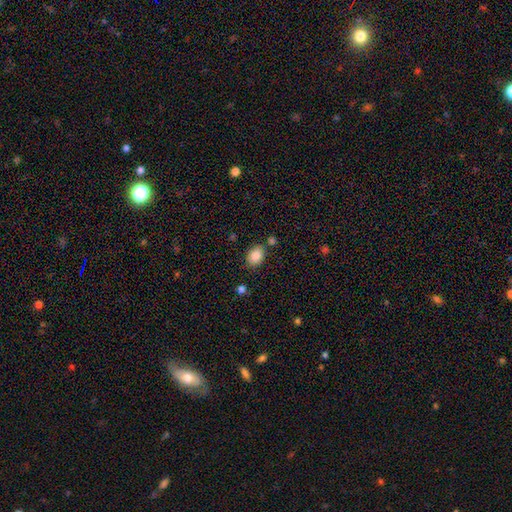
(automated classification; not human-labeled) This is clearly a smooth galaxy (88%). How rounded: likely in between (73%). Merging: likely none (75%).